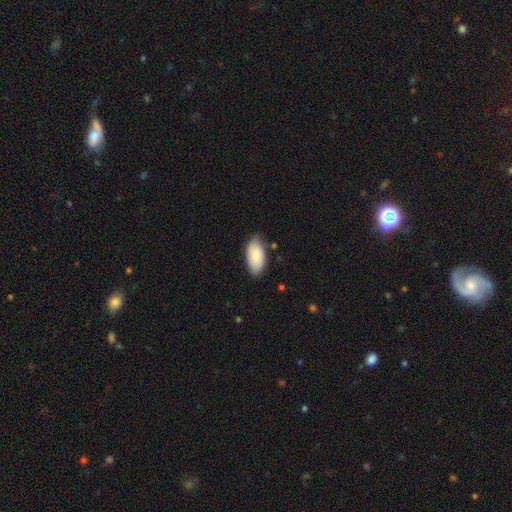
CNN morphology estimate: Smooth or featured: smooth — 82% (featured or disk — 12%)
How rounded: in between — 95% (cigar-shaped — 3%)
Merging: none — 76% (minor disturbance — 19%)